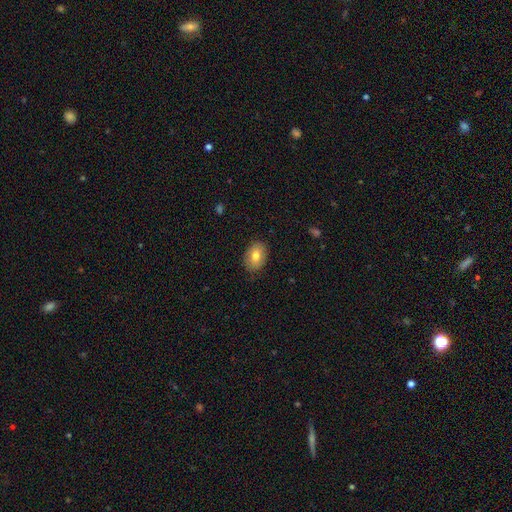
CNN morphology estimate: smooth 77%, featured or disk 15%, star or artifact 8%. Down the decision tree: how rounded — in between (81%); merging — none (86%).